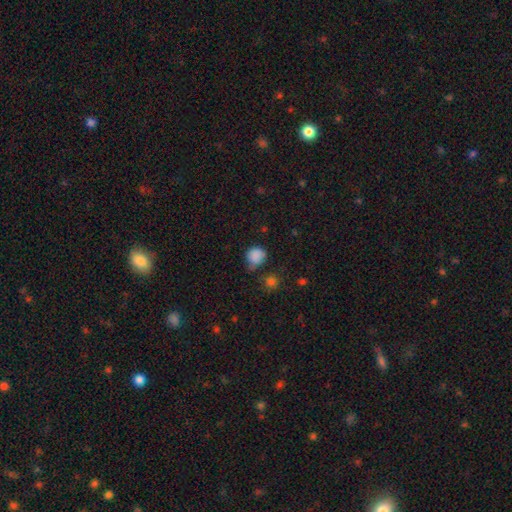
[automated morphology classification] smooth-or-featured: smooth: 83% | star or artifact: 11% | featured or disk: 6%
  how-rounded: round: 76% | in between: 23% | cigar-shaped: 1%
  merging: none: 53% | minor disturbance: 32% | major disturbance: 9% | merger: 7%